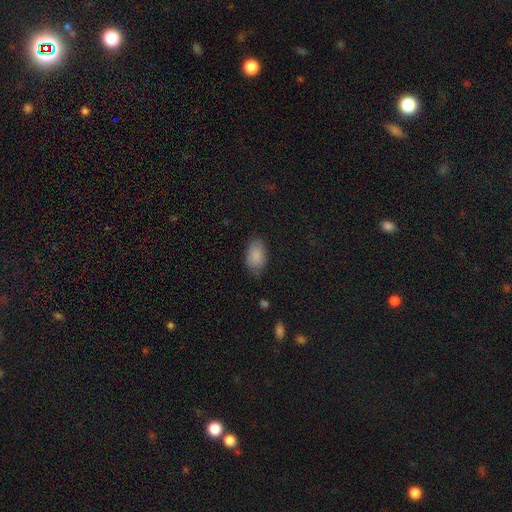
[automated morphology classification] Smooth or featured? smooth (87%)
How rounded? in between (92%)
Merging? none (74%)